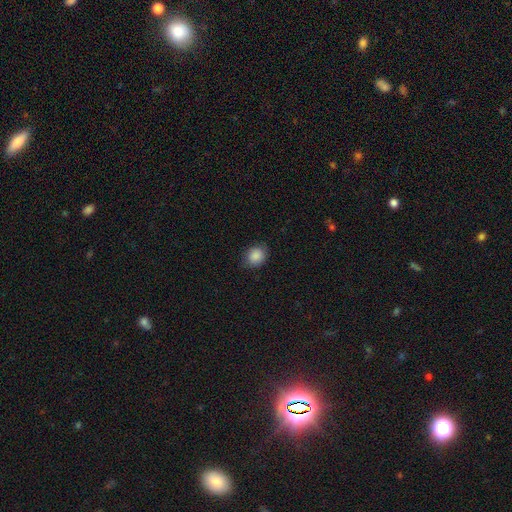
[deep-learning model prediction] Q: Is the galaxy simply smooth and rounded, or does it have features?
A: smooth — 88%.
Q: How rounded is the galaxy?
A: round — 63%.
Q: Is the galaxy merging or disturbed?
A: none — 82%.